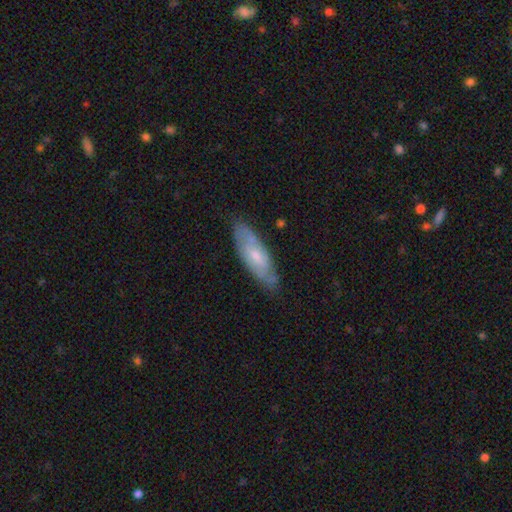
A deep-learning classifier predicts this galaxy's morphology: This appears to be a featured or disk galaxy (55%). Merging: none (75%).